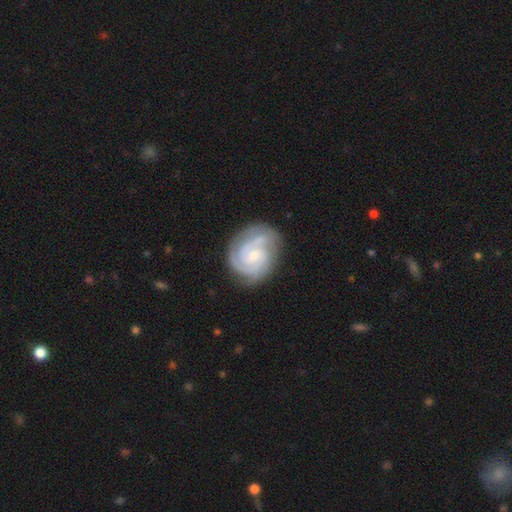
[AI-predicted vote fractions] Overall: featured or disk (87%). Edge-on disk: no (98%). Bar: no (57%; weak 36%). Spiral arms: yes (98%). Spiral arm count: 3 (45%; 2 27%). Spiral winding: tight (69%). Bulge size: small (62%; moderate 34%). Merging: none (75%).